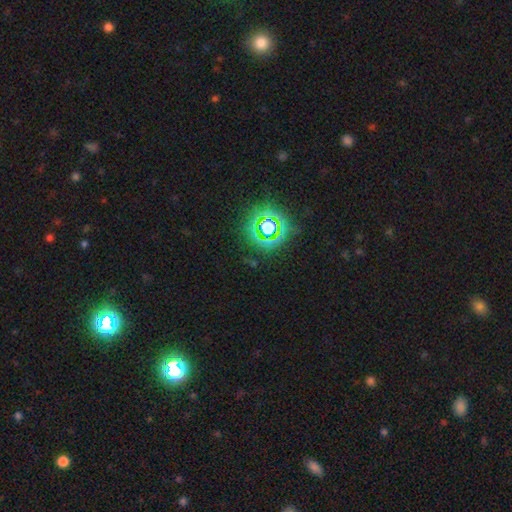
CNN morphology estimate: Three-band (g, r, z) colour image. It shows a star or artifact, not a galaxy (78%).